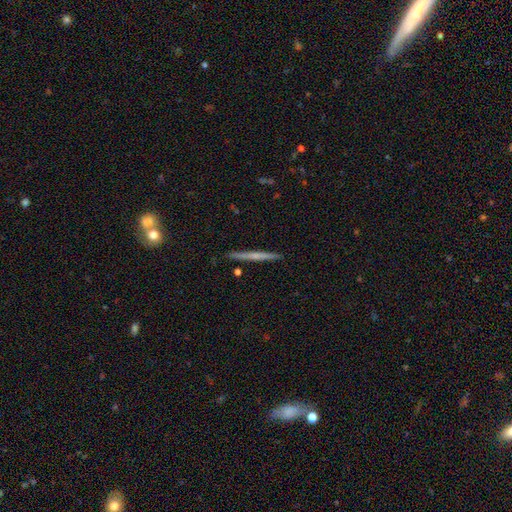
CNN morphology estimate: Smooth or featured? Predicted: featured or disk (p=0.55). Edge-on disk? Predicted: yes (p=0.98). Edge-on bulge? Predicted: none (p=0.65). Merging? Predicted: none (p=0.92).